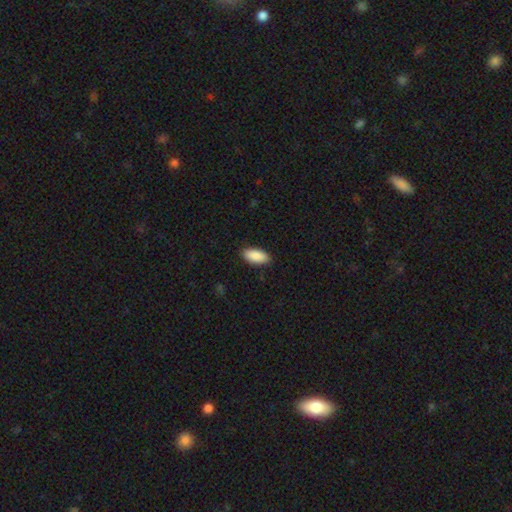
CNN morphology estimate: Smooth or featured: smooth — 91% (star or artifact — 6%)
How rounded: in between — 90% (cigar-shaped — 8%)
Merging: none — 88% (minor disturbance — 9%)